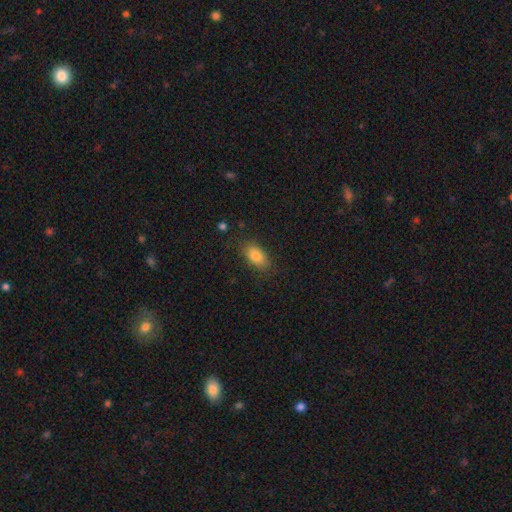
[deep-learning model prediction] A smooth galaxy with no disk features (83%) that is in between round and cigar-shaped (87%).

Vote fractions:
- Smooth or featured? smooth: 83% / star or artifact: 9% / featured or disk: 8%
- How rounded? in between: 87% / cigar-shaped: 7% / round: 6%
- Merging? none: 83% / minor disturbance: 12% / major disturbance: 3% / merger: 1%